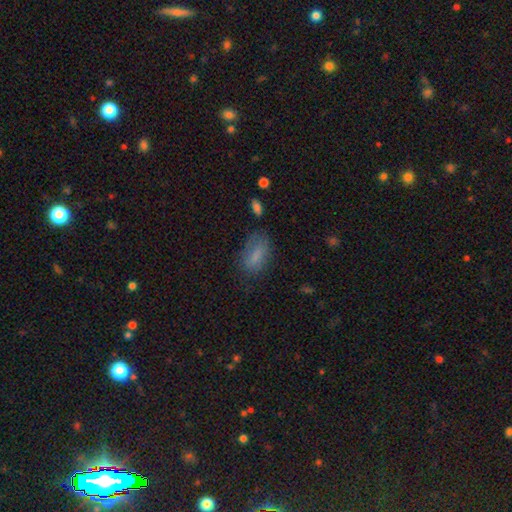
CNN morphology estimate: Smooth or featured?
  - smooth: 78% *
  - featured or disk: 13%
  - star or artifact: 9%
How rounded?
  - in between: 86% *
  - cigar-shaped: 8%
  - round: 6%
Merging?
  - none: 63% *
  - minor disturbance: 25%
  - major disturbance: 10%
  - merger: 3%